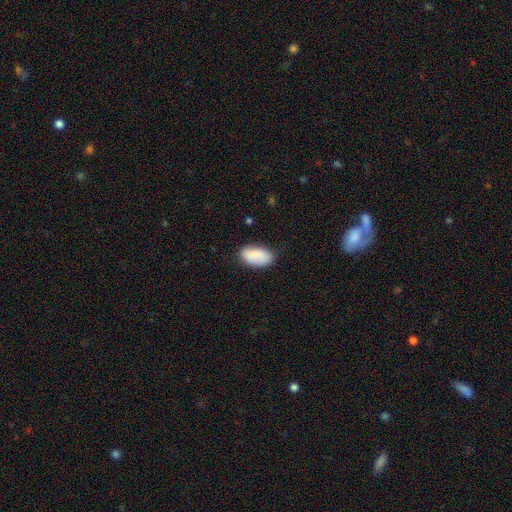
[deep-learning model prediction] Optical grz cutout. It shows a smooth galaxy with no disk features (84%) that is in between round and cigar-shaped (94%). Merging: none (81%).